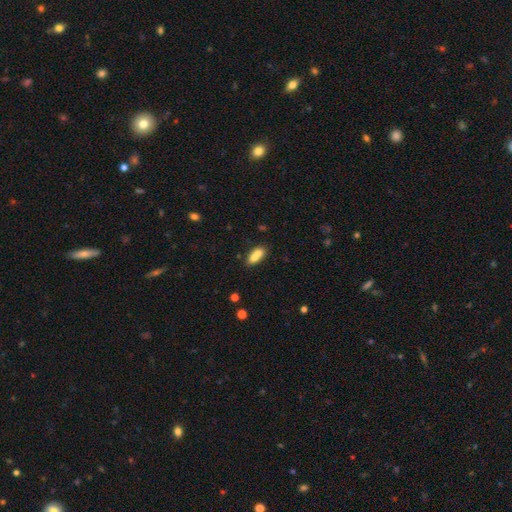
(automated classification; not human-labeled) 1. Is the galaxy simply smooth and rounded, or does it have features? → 70% smooth, 21% featured or disk, 9% star or artifact.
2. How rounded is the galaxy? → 75% in between, 13% round, 12% cigar-shaped.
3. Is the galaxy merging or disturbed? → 54% merger, 32% none, 10% minor disturbance, 4% major disturbance.